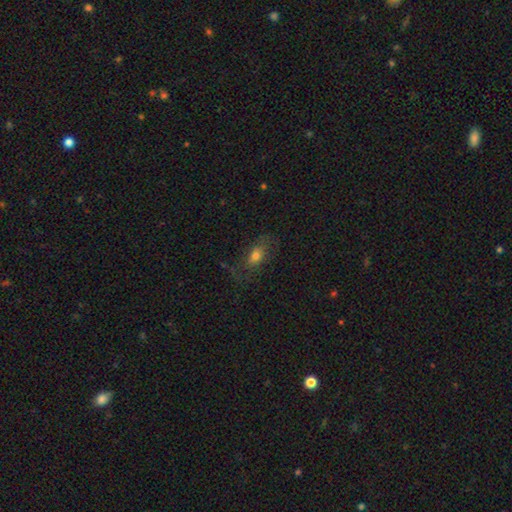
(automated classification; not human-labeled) This is likely a smooth galaxy (67%). How rounded: likely in between (79%). Merging: possibly none (59%).